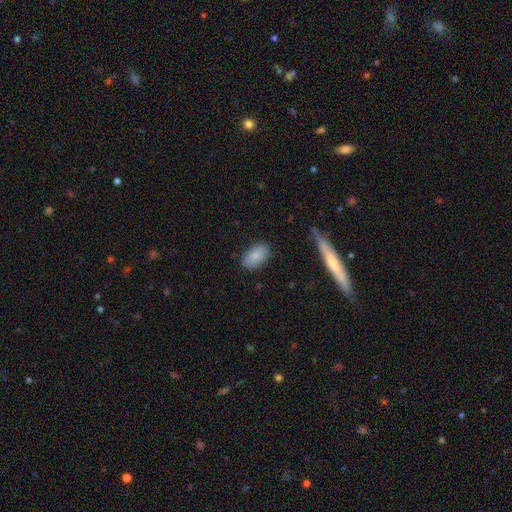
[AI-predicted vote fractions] smooth_or_featured: smooth (p=0.86) [alt: featured or disk p=0.08]
how_rounded: in between (p=0.93) [alt: round p=0.04]
merging: none (p=0.84) [alt: minor disturbance p=0.12]